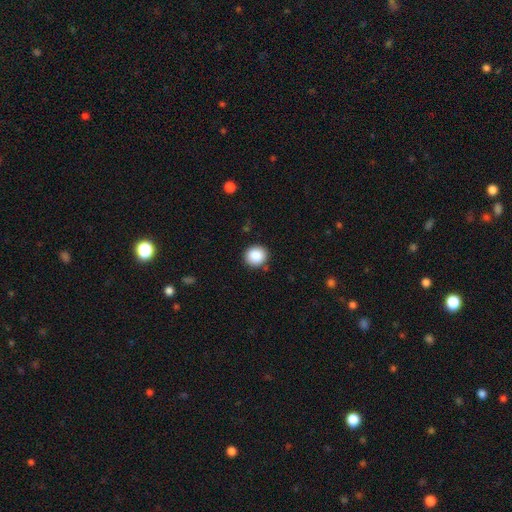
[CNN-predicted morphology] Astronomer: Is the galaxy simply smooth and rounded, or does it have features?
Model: smooth — 88%.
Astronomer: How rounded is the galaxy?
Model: round — 90%.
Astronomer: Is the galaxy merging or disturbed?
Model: none — 89%.